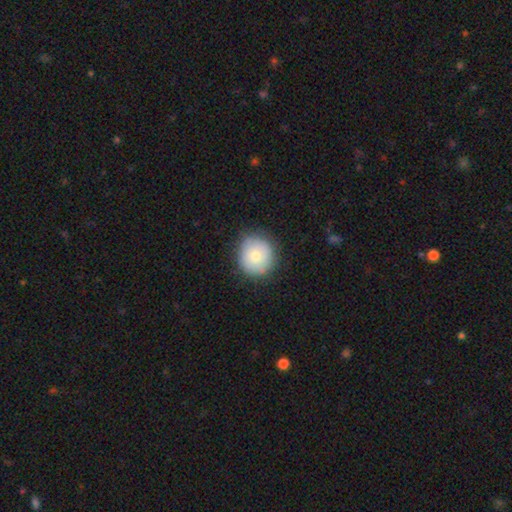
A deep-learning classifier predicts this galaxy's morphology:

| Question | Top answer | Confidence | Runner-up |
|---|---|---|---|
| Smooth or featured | smooth | 73% | featured or disk (20%) |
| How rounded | round | 89% | in between (10%) |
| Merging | none | 82% | minor disturbance (14%) |